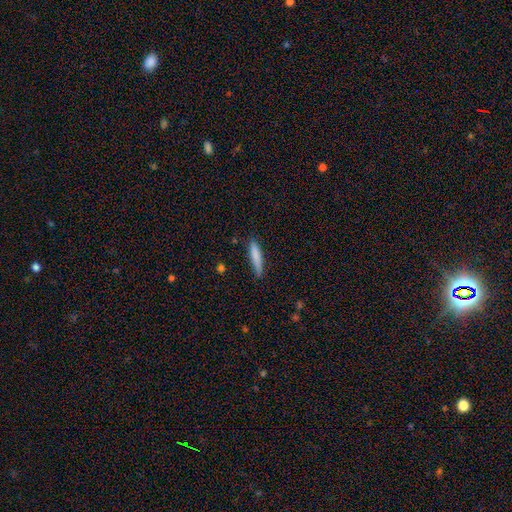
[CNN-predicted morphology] A smooth galaxy with no disk features (81%) that is cigar-shaped (87%).

Vote fractions:
- Smooth or featured? smooth: 81% / featured or disk: 13% / star or artifact: 6%
- How rounded? cigar-shaped: 87% / in between: 12% / round: 1%
- Merging? none: 81% / minor disturbance: 15% / major disturbance: 2% / merger: 2%